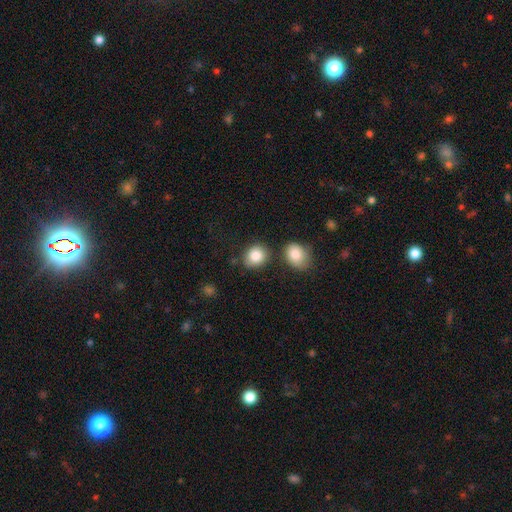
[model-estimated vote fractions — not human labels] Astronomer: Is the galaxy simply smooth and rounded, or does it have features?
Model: smooth — 86%.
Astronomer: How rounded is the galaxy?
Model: round — 64%.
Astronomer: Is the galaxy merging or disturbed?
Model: none — 72%.